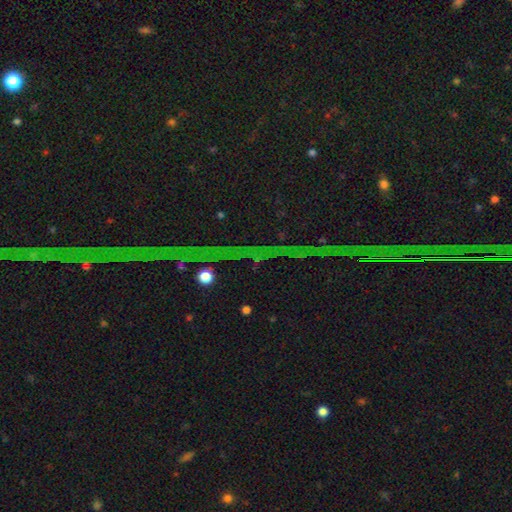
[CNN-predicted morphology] A star or artifact, not a galaxy (84%).

Vote fractions:
- Smooth or featured? star or artifact: 84% / featured or disk: 9% / smooth: 7%